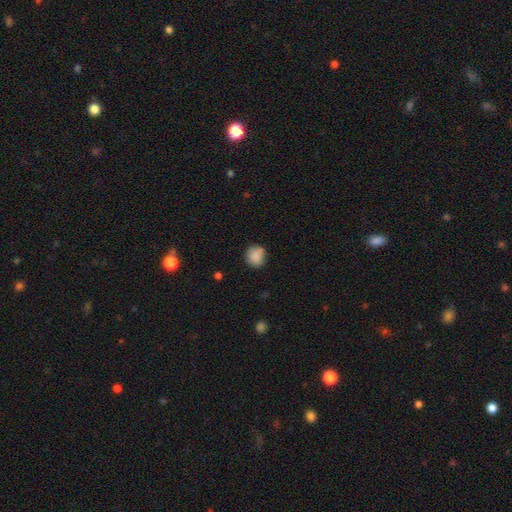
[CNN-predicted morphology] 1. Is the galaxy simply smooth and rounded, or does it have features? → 87% smooth, 9% star or artifact, 4% featured or disk.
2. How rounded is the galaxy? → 87% round, 12% in between, 1% cigar-shaped.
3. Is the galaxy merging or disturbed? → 83% none, 13% minor disturbance, 3% major disturbance, 1% merger.